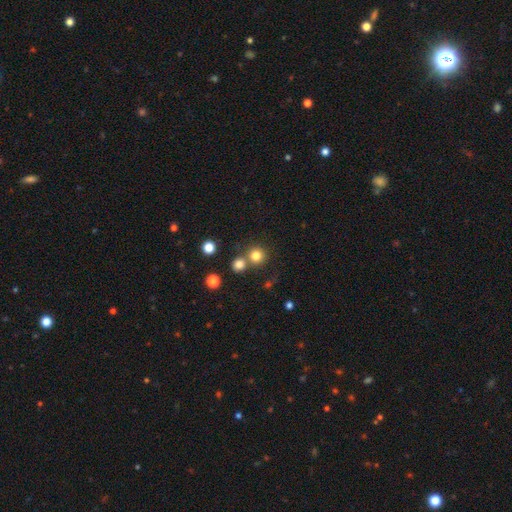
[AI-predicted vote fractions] Smooth or featured: smooth — 80% (star or artifact — 14%)
How rounded: round — 93% (in between — 6%)
Merging: none — 68% (merger — 23%)